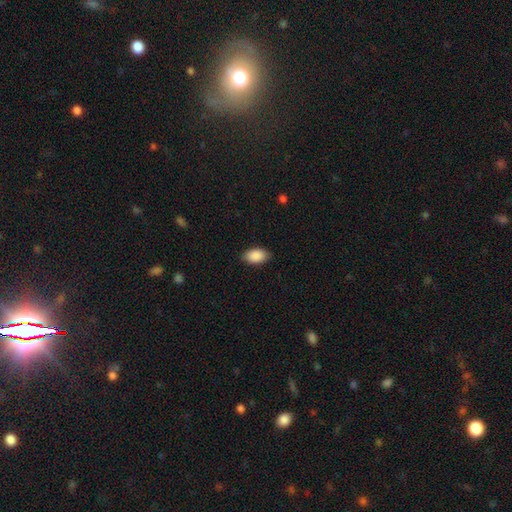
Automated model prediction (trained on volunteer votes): Smooth or featured: smooth — 90% (star or artifact — 6%)
How rounded: in between — 94% (round — 4%)
Merging: none — 87% (minor disturbance — 10%)